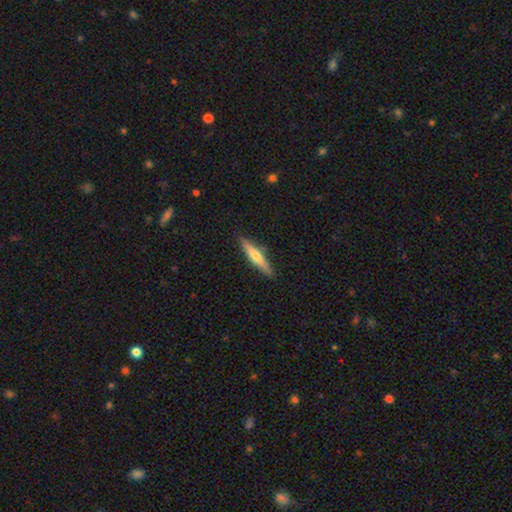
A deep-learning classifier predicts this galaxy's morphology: Smooth or featured? Predicted: featured or disk (p=0.47, tied with smooth). Merging? Predicted: none (p=0.88).